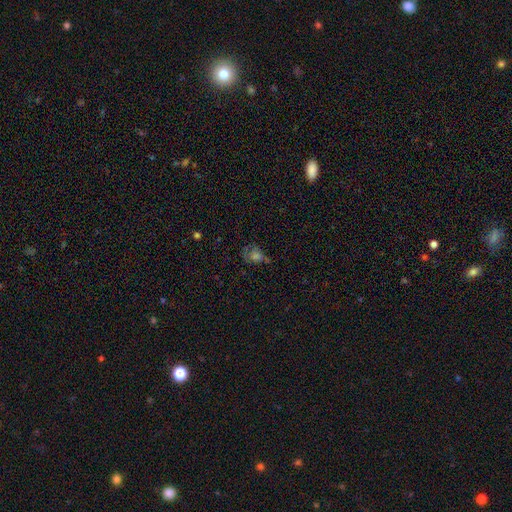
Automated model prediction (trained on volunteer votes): smooth-or-featured: smooth: 39% | featured or disk: 33% | star or artifact: 28%
  merging: none: 45% | major disturbance: 27% | minor disturbance: 21% | merger: 8%